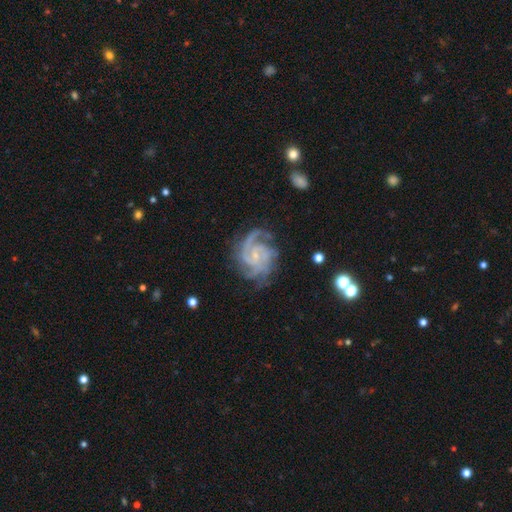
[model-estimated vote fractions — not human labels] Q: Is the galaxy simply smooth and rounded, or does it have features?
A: featured or disk — 91%.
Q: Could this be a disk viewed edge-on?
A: no — 98%.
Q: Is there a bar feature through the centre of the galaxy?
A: no — 63%.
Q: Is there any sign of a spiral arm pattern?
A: yes — 98%.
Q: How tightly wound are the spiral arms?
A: tight — 55%.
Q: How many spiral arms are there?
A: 3 — 42%.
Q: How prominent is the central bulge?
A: small — 78%.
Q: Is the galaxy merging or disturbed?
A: none — 70%.